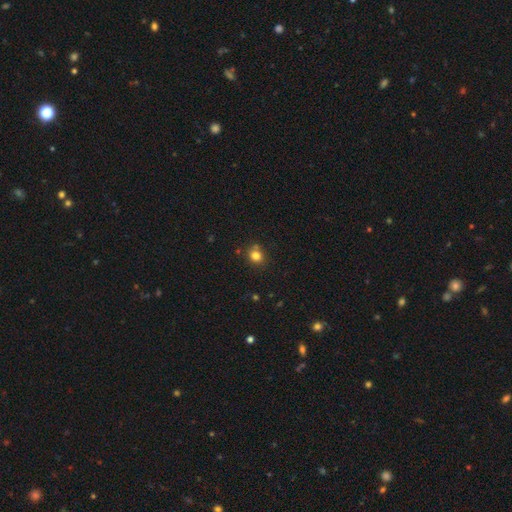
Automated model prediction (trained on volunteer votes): A smooth galaxy with no disk features (81%) that is round (74%).

Vote fractions:
- Smooth or featured? smooth: 81% / star or artifact: 13% / featured or disk: 6%
- How rounded? round: 74% / in between: 25% / cigar-shaped: 1%
- Merging? none: 76% / minor disturbance: 13% / merger: 8% / major disturbance: 3%